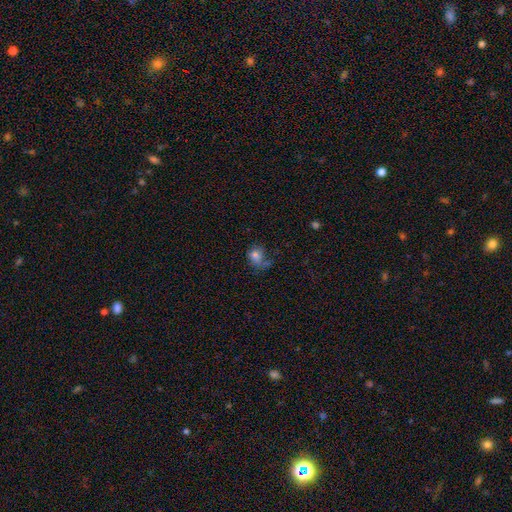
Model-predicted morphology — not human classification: Smooth or featured? smooth (69%)
How rounded? round (55%)
Merging? none (37%)